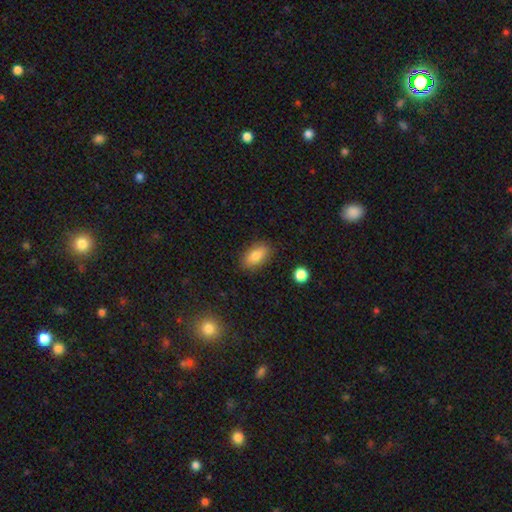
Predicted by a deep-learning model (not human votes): Smooth or featured? Predicted: smooth (p=0.81). How rounded? Predicted: in between (p=0.88). Merging? Predicted: none (p=0.84).